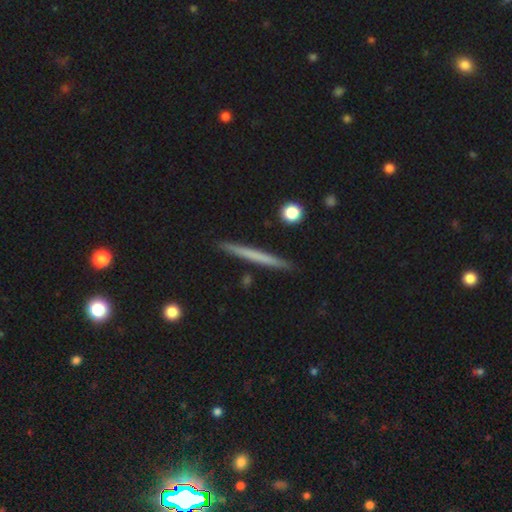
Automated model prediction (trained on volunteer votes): Smooth or featured? smooth (56%)
How rounded? cigar-shaped (97%)
Merging? none (92%)